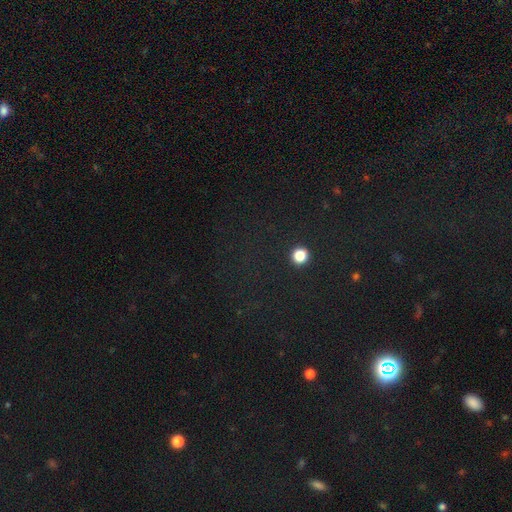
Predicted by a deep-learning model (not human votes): Smooth or featured? star or artifact (71%)